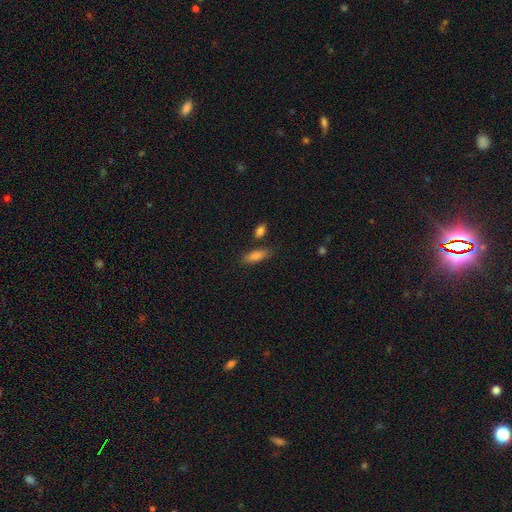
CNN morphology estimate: A smooth galaxy with no disk features (83%) that is in between round and cigar-shaped (58%).

Vote fractions:
- Smooth or featured? smooth: 83% / featured or disk: 9% / star or artifact: 8%
- How rounded? in between: 58% / cigar-shaped: 39% / round: 3%
- Merging? none: 74% / minor disturbance: 14% / merger: 8% / major disturbance: 4%